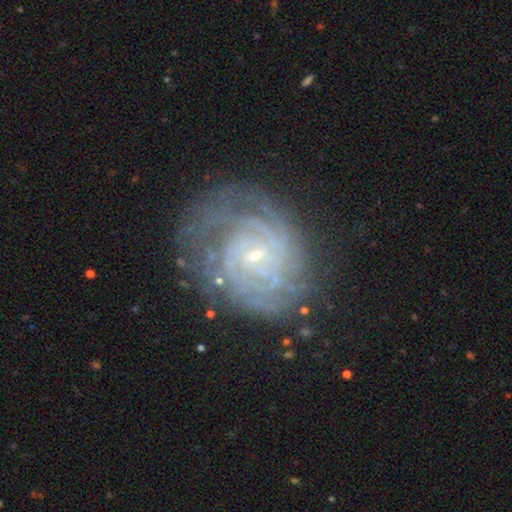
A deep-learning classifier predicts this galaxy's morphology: This is clearly a featured or disk galaxy (86%). It is clearly not viewed edge-on (97%). Bar: marginally no (45%). Spiral arm pattern: clearly yes (96%). Spiral arm count: marginally can't tell (34%). Spiral winding: likely tight (77%). Central bulge: clearly small (81%). Merging: likely none (69%).